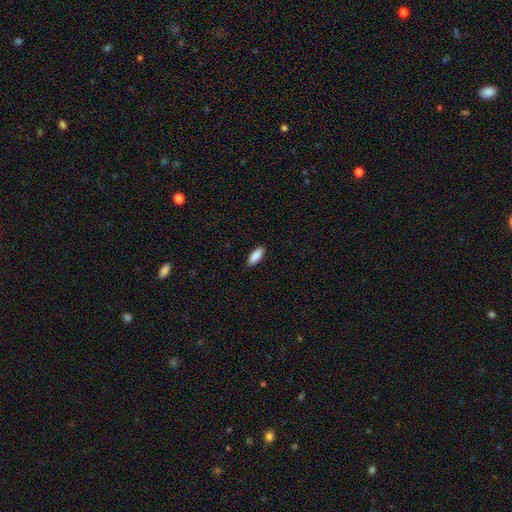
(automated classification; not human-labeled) smooth-or-featured: smooth: 90% | star or artifact: 6% | featured or disk: 4%
  how-rounded: in between: 70% | cigar-shaped: 28% | round: 2%
  merging: none: 89% | minor disturbance: 8% | major disturbance: 2% | merger: 1%